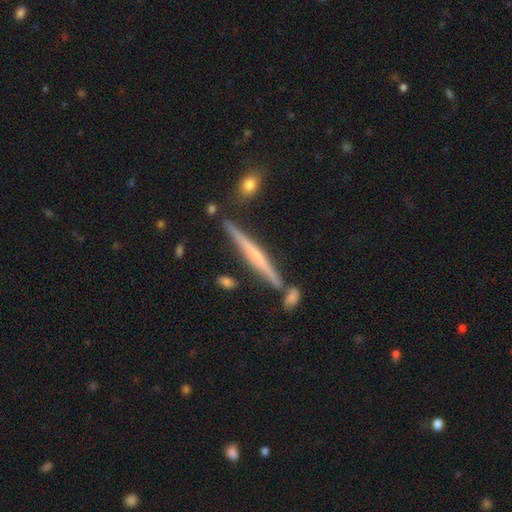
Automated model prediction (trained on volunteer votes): This is likely a featured or disk galaxy (66%). It is clearly viewed edge-on (97%). Edge-on bulge: possibly none (52%). Merging: likely none (80%).